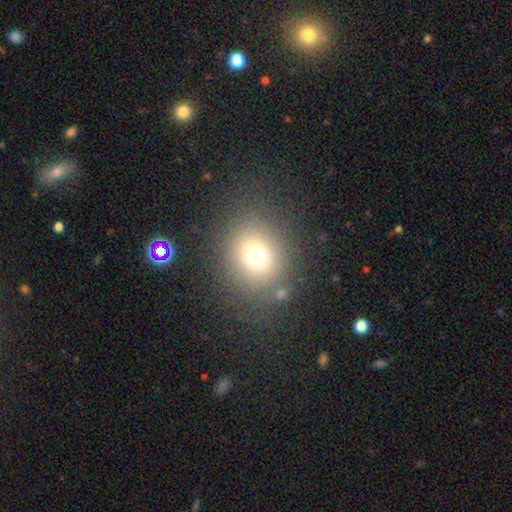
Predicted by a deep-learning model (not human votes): smooth-or-featured: smooth: 71% | star or artifact: 18% | featured or disk: 11%
  how-rounded: round: 76% | in between: 23% | cigar-shaped: 1%
  merging: none: 80% | minor disturbance: 10% | major disturbance: 7% | merger: 4%